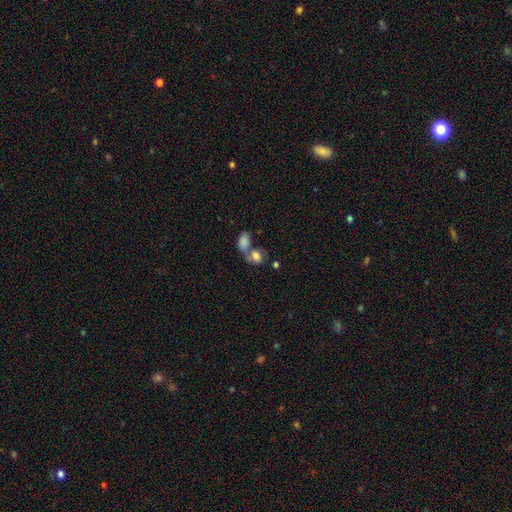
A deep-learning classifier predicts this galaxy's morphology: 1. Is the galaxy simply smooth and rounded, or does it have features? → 75% smooth, 16% featured or disk, 10% star or artifact.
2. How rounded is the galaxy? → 69% in between, 29% round, 2% cigar-shaped.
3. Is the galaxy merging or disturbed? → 62% merger, 23% none, 9% minor disturbance, 7% major disturbance.